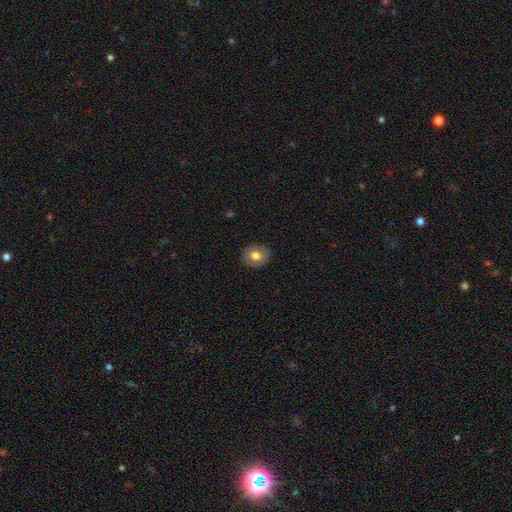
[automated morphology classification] Smooth or featured? Predicted: smooth (p=0.69). How rounded? Predicted: round (p=0.67). Merging? Predicted: none (p=0.87).